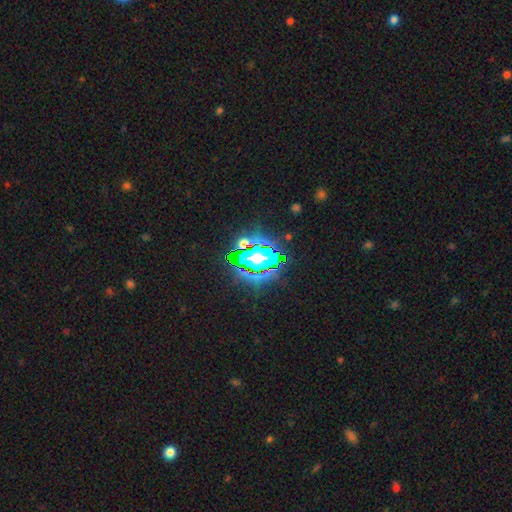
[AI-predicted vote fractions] Q: Smooth or featured?
A: star or artifact (74%); runner-up: smooth (15%)